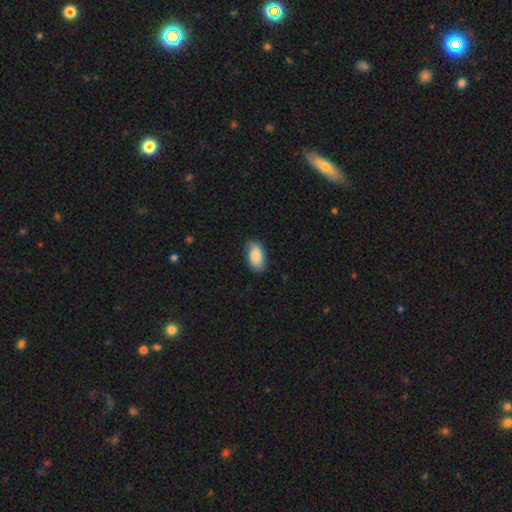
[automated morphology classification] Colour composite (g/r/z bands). It shows a smooth galaxy with no disk features (84%) that is in between round and cigar-shaped (94%). Merging: none (75%).